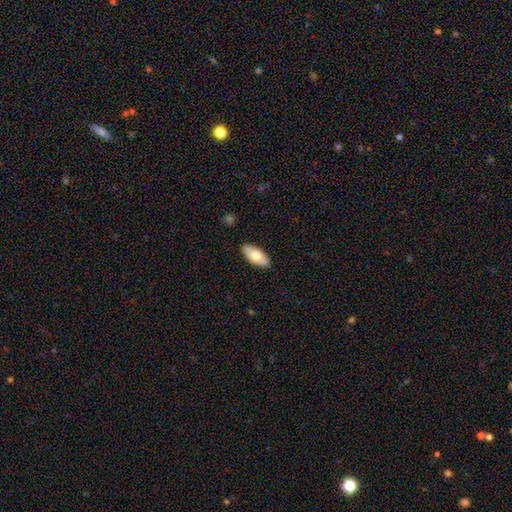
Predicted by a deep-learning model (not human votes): smooth_or_featured: smooth (p=0.66) [alt: featured or disk p=0.28]
how_rounded: in between (p=0.91) [alt: cigar-shaped p=0.07]
merging: none (p=0.87) [alt: minor disturbance p=0.10]